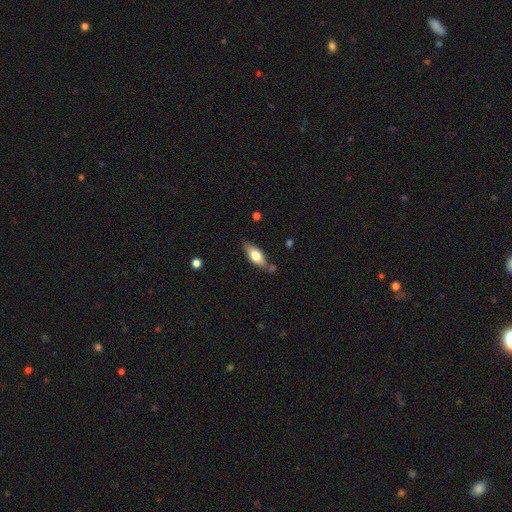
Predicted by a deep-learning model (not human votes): Smooth or featured?
  - smooth: 68% *
  - featured or disk: 26%
  - star or artifact: 6%
How rounded?
  - in between: 76% *
  - cigar-shaped: 21%
  - round: 3%
Merging?
  - none: 69% *
  - minor disturbance: 19%
  - merger: 8%
  - major disturbance: 4%